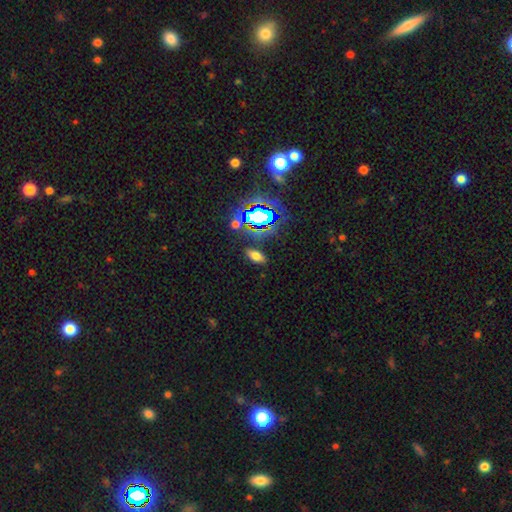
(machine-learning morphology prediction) smooth 58%, star or artifact 30%, featured or disk 12%. Down the decision tree: how rounded — in between (84%); merging — none (83%).